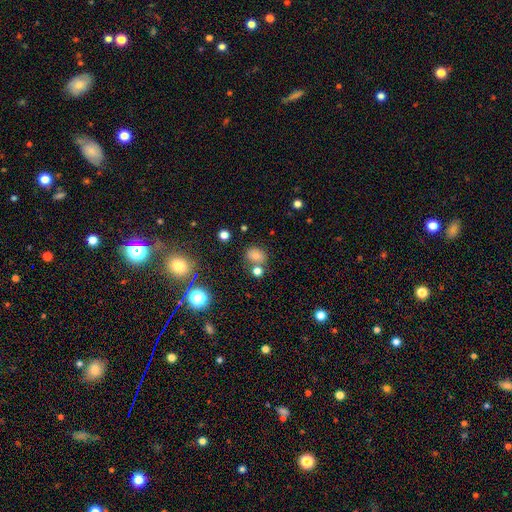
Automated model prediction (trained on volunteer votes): smooth_or_featured: smooth (p=0.70) [alt: star or artifact p=0.19]
how_rounded: round (p=0.54) [alt: in between p=0.45]
merging: none (p=0.65) [alt: merger p=0.17]